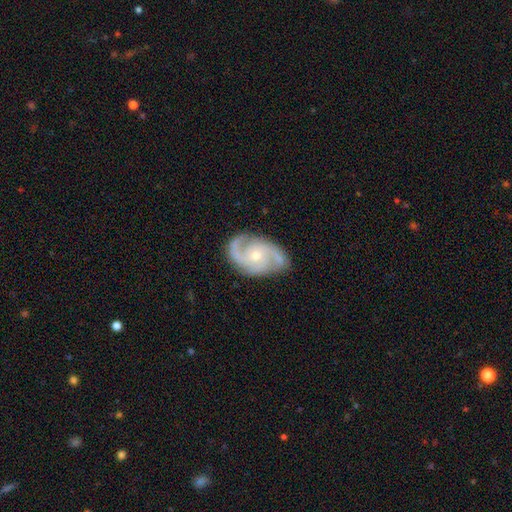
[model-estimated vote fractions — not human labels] This is clearly a featured or disk galaxy (90%). It is clearly not viewed edge-on (97%). Bar: likely no (68%). Spiral arm pattern: clearly yes (98%). Spiral arm count: likely 2 (64%). Spiral winding: possibly medium (55%). Central bulge: likely small (60%). Merging: likely none (80%).